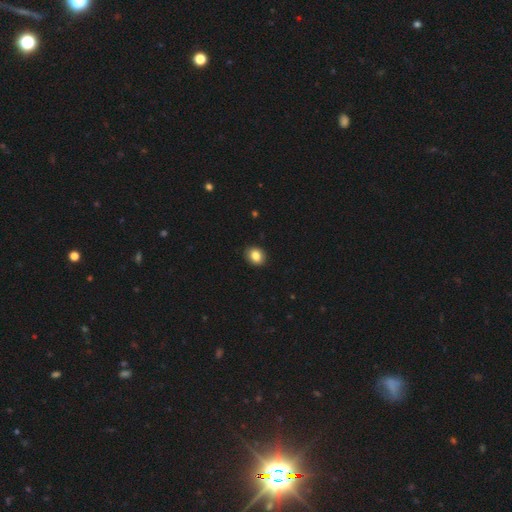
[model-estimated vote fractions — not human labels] Morphology: type=smooth (85%); roundness=round (52%); merging=none (89%).